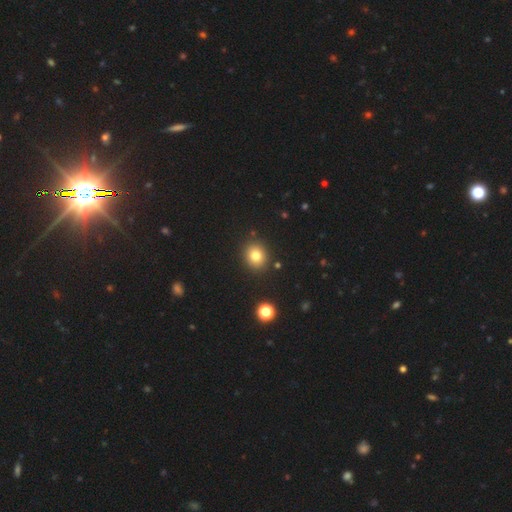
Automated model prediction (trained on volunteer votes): smooth-or-featured: smooth: 79% | star or artifact: 13% | featured or disk: 7%
  how-rounded: round: 74% | in between: 25% | cigar-shaped: 1%
  merging: none: 89% | minor disturbance: 7% | merger: 3% | major disturbance: 2%